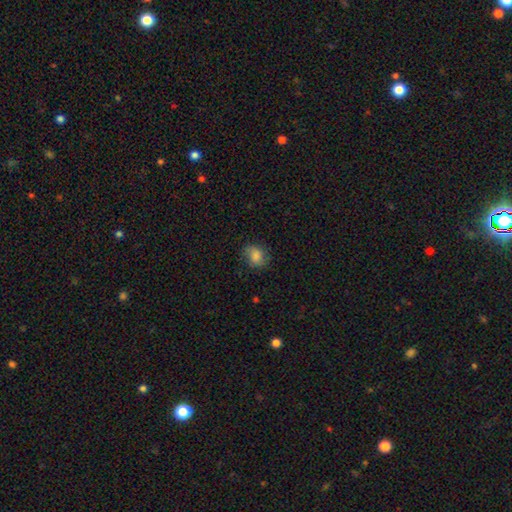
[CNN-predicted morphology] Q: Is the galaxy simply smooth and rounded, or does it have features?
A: smooth — 78%.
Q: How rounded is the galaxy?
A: round — 56%.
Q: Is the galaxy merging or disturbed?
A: none — 71%.